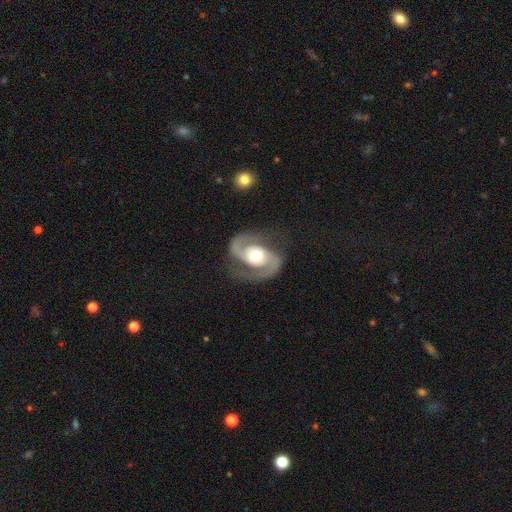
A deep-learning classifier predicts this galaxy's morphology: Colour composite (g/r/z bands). It shows a featured or disk galaxy (92%) with no bar (62%), 2 (94%) medium (58%) spiral arms (98%) and a moderate central bulge (69%). Merging: none (78%).